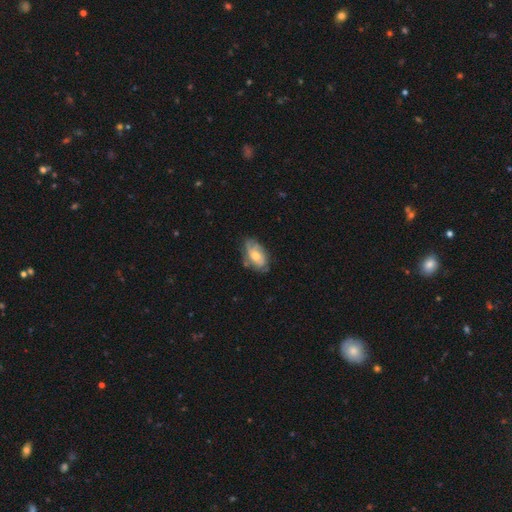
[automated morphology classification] Overall: featured or disk (60%; smooth 33%). Edge-on disk: no (94%). Bar: no (68%). Spiral arms: yes (82%). Bulge size: moderate (65%). Merging: none (64%; minor disturbance 25%).